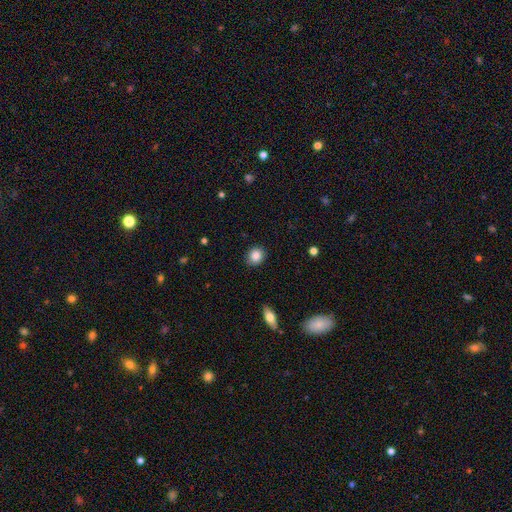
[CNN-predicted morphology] Smooth or featured: smooth — 87% (star or artifact — 9%)
How rounded: round — 78% (in between — 21%)
Merging: none — 86% (minor disturbance — 10%)